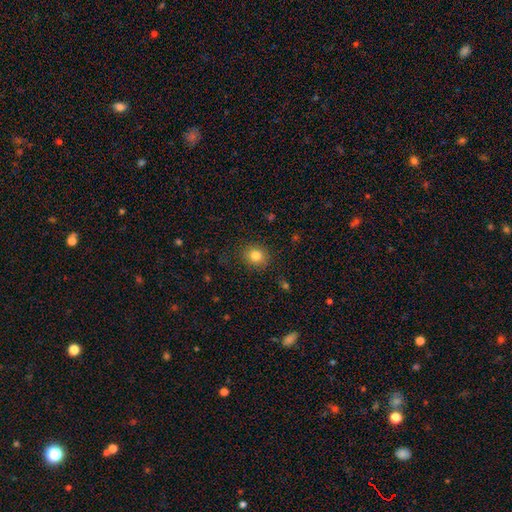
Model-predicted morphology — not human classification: Smooth or featured?
  - smooth: 82% *
  - star or artifact: 11%
  - featured or disk: 7%
How rounded?
  - round: 77% *
  - in between: 22%
  - cigar-shaped: 1%
Merging?
  - none: 86% *
  - minor disturbance: 10%
  - major disturbance: 3%
  - merger: 1%